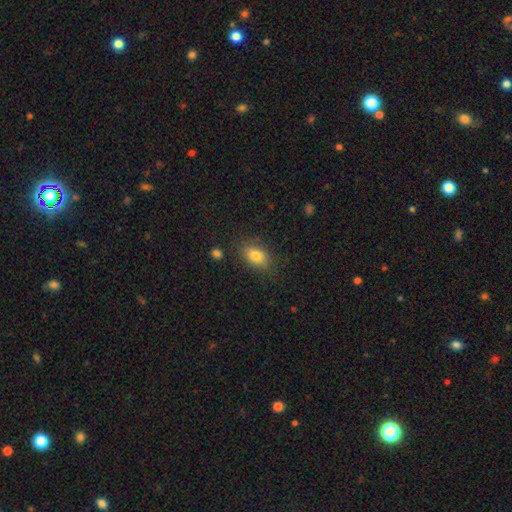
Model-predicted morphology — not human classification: smooth_or_featured: smooth (p=0.80) [alt: featured or disk p=0.10]
how_rounded: in between (p=0.81) [alt: round p=0.16]
merging: none (p=0.81) [alt: minor disturbance p=0.13]